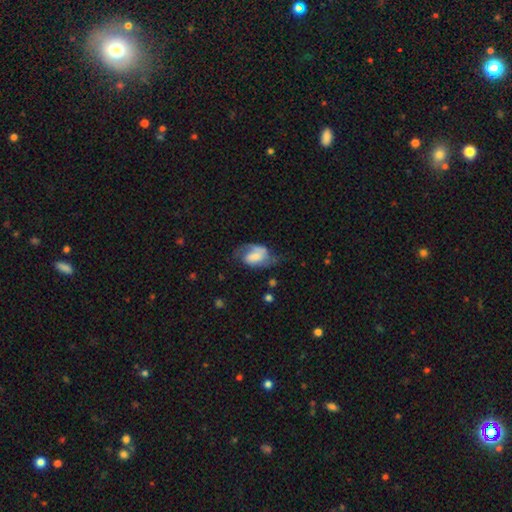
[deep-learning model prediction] smooth-or-featured: featured or disk: 59% | smooth: 33% | star or artifact: 7%
  disk-edge-on: no: 97% | yes: 3%
    bar: weak: 41% | no: 40% | strong: 19%
    has-spiral-arms: yes: 85% | no: 15%
    bulge-size: none: 25% (tied) | small: 25% (tied) | moderate: 24% | large: 21% | dominant: 5%
  merging: none: 41% | minor disturbance: 29% | major disturbance: 27% | merger: 3%